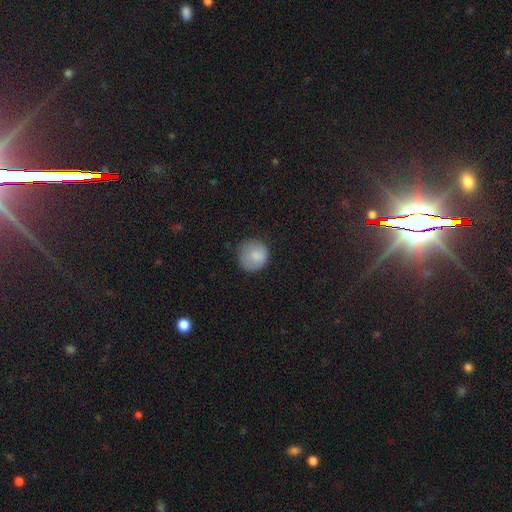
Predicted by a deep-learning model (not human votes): A smooth galaxy with no disk features (84%) that is round (90%).

Vote fractions:
- Smooth or featured? smooth: 84% / star or artifact: 8% / featured or disk: 8%
- How rounded? round: 90% / in between: 9% / cigar-shaped: 1%
- Merging? none: 72% / minor disturbance: 20% / major disturbance: 6% / merger: 1%